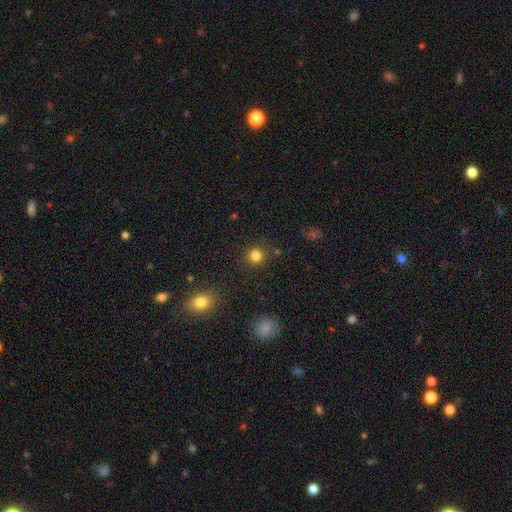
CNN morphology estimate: Q: Smooth or featured?
A: smooth (82%); runner-up: star or artifact (13%)
Q: How rounded?
A: round (92%); runner-up: in between (8%)
Q: Merging?
A: none (88%); runner-up: minor disturbance (7%)